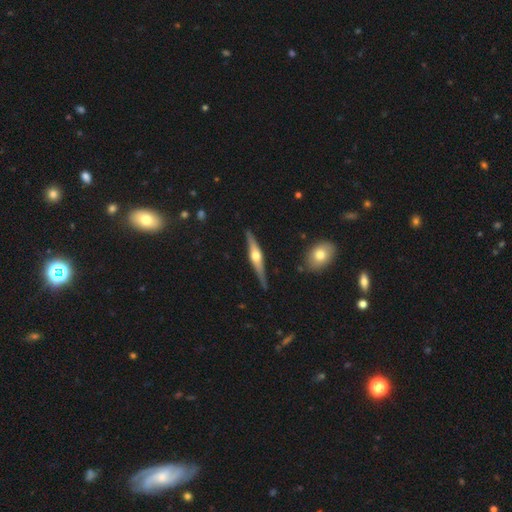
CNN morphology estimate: A featured or disk galaxy (77%) viewed edge-on (97%) with a rounded central bulge (94%).

Vote fractions:
- Smooth or featured? featured or disk: 77% / smooth: 18% / star or artifact: 5%
- Edge-on disk? yes: 97% / no: 3%
- Edge-on bulge? rounded: 94% / boxy: 4% / none: 2%
- Merging? none: 86% / minor disturbance: 10% / major disturbance: 2% / merger: 2%